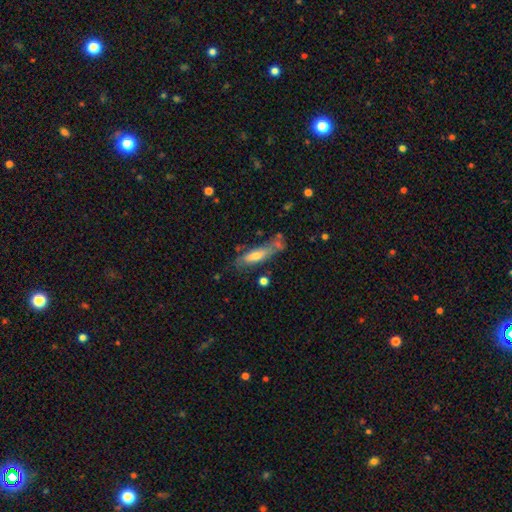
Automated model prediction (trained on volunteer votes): Smooth or featured: smooth — 57% (featured or disk — 35%)
How rounded: cigar-shaped — 64% (in between — 34%)
Merging: none — 48% (minor disturbance — 25%)